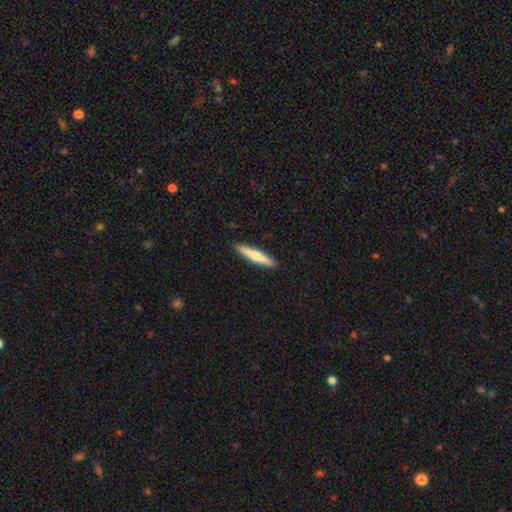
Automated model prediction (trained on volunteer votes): Overall: smooth (60%; featured or disk 35%). How rounded: cigar-shaped (91%). Merging: none (92%).